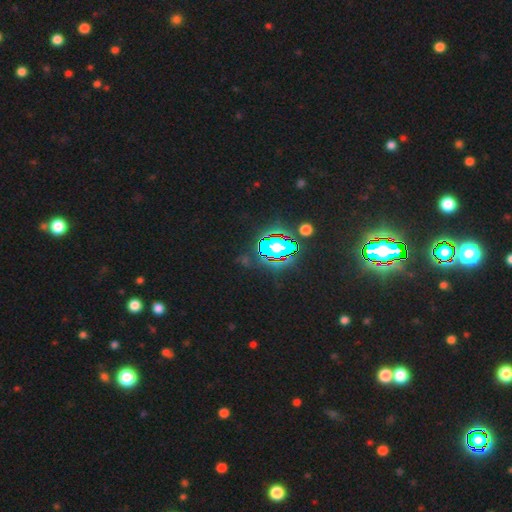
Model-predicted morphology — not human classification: Smooth or featured?
  - star or artifact: 83% *
  - smooth: 10%
  - featured or disk: 7%